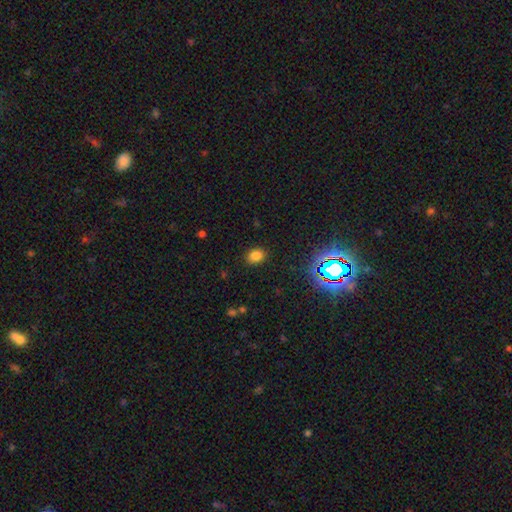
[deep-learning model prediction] The model was most divided on "how rounded": in between: 58%, round: 41%, cigar-shaped: 1%. More confident: merging — none (87%); smooth or featured — smooth (78%).